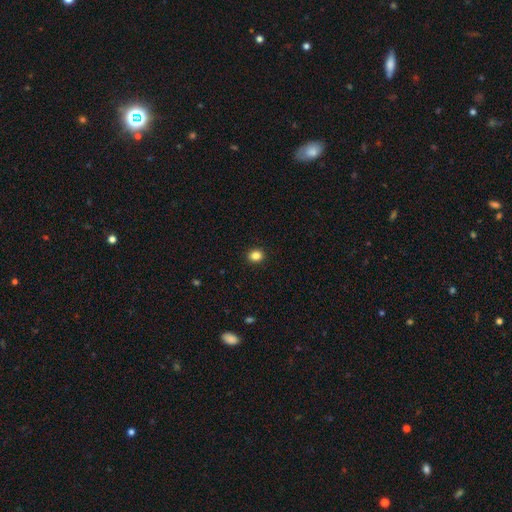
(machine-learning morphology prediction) Smooth or featured? smooth (85%)
How rounded? round (68%)
Merging? none (92%)